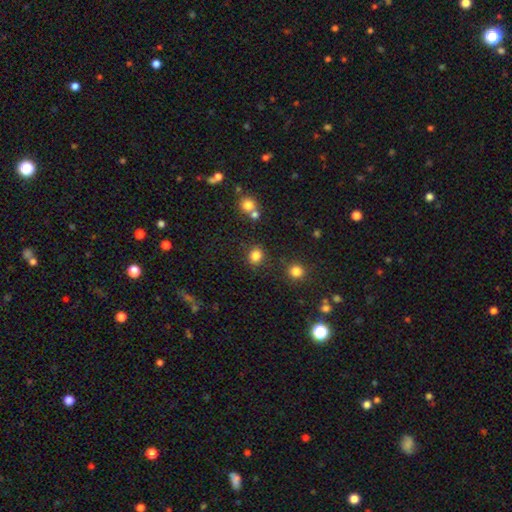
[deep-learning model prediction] Smooth or featured? Predicted: smooth (p=0.83). How rounded? Predicted: round (p=0.76). Merging? Predicted: none (p=0.83).